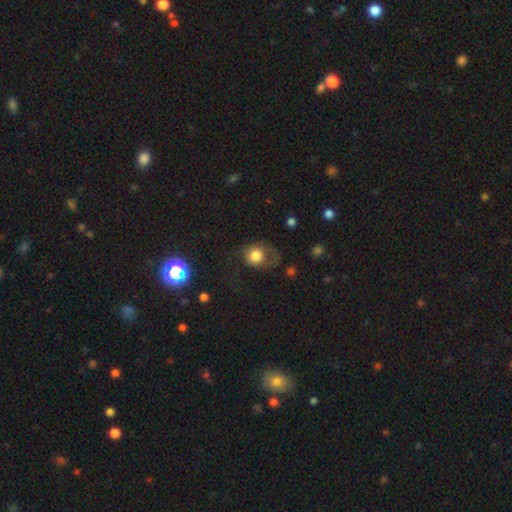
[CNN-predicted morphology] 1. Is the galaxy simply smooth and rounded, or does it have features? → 72% smooth, 18% featured or disk, 10% star or artifact.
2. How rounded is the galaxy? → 70% round, 29% in between, 1% cigar-shaped.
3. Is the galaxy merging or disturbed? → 40% none, 35% major disturbance, 22% minor disturbance, 2% merger.